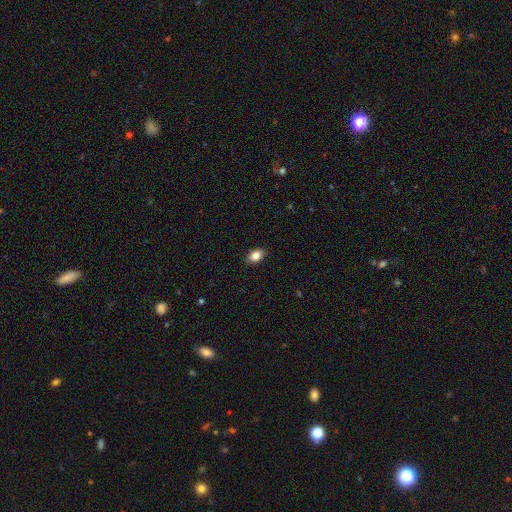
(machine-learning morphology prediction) A smooth galaxy with no disk features (84%) that is in between round and cigar-shaped (81%).

Vote fractions:
- Smooth or featured? smooth: 84% / star or artifact: 9% / featured or disk: 7%
- How rounded? in between: 81% / round: 17% / cigar-shaped: 2%
- Merging? none: 88% / minor disturbance: 10% / major disturbance: 2% / merger: 1%